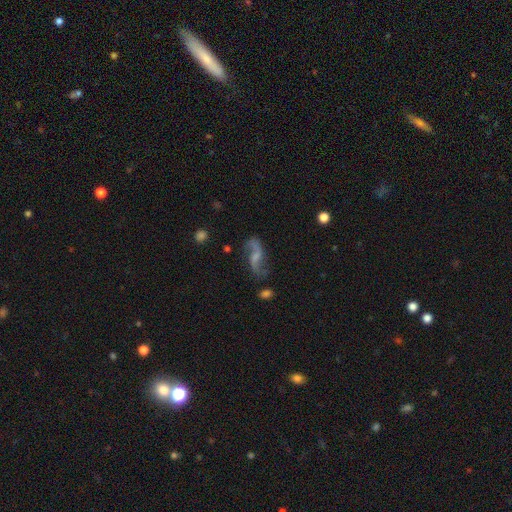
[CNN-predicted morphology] Smooth or featured: featured or disk — 82% (smooth — 11%)
Edge-on disk: no — 96% (yes — 4%)
Bar: weak — 43% (no — 41%)
Spiral arms: yes — 94% (no — 6%)
Spiral winding: loose — 86% (medium — 11%)
Spiral arm count: 2 — 92% (1 — 3%)
Bulge size: none — 43% (small — 33%)
Merging: none — 68% (minor disturbance — 17%)